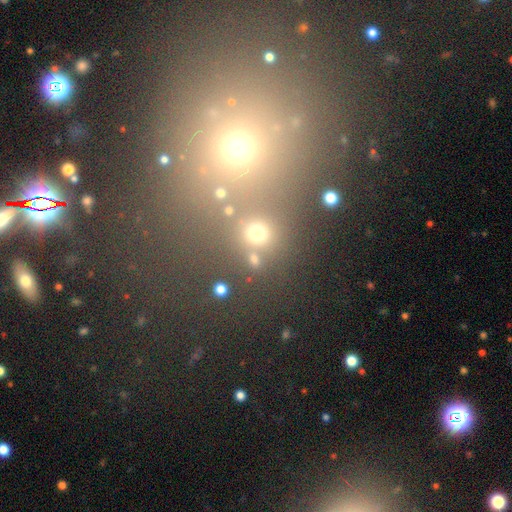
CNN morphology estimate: type=smooth (66%); roundness=round (82%); merging=none (73%).